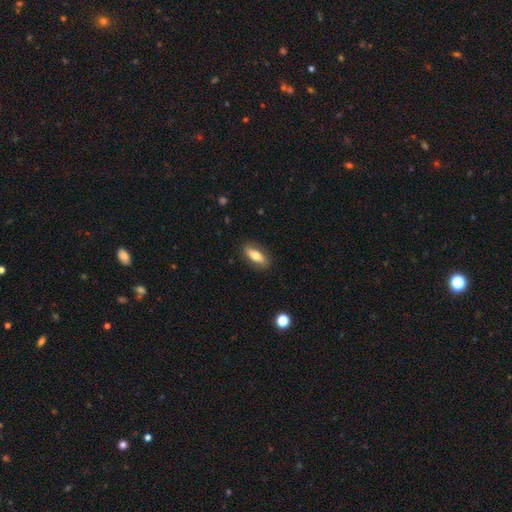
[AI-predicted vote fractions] Smooth or featured? Predicted: smooth (p=0.68). How rounded? Predicted: in between (p=0.74). Merging? Predicted: none (p=0.85).